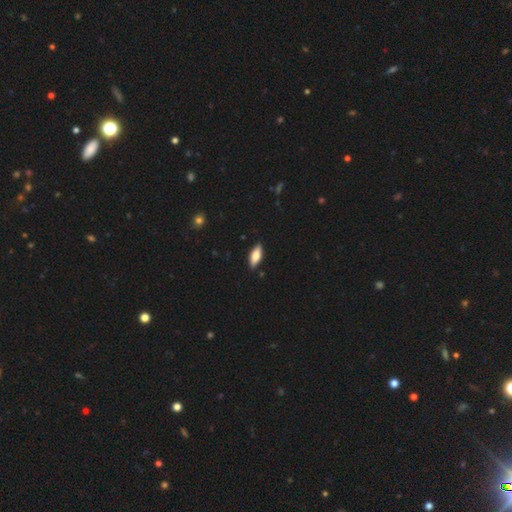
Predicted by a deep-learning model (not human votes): smooth-or-featured: smooth: 63% | featured or disk: 31% | star or artifact: 6%
  how-rounded: in between: 68% | cigar-shaped: 29% | round: 2%
  merging: none: 89% | minor disturbance: 9% | major disturbance: 2% | merger: 1%